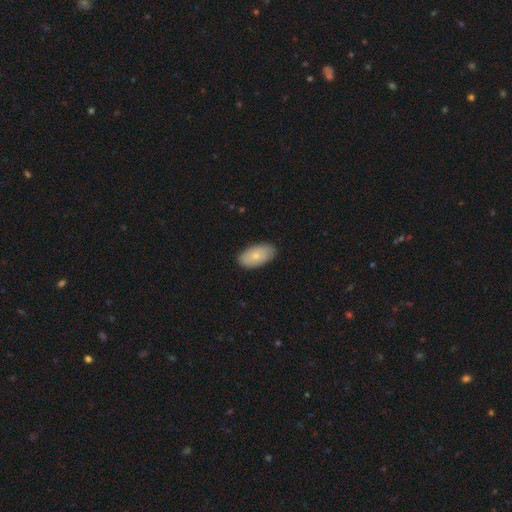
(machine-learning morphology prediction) A smooth galaxy with no disk features (74%) that is in between round and cigar-shaped (94%).

Vote fractions:
- Smooth or featured? smooth: 74% / featured or disk: 20% / star or artifact: 6%
- How rounded? in between: 94% / round: 4% / cigar-shaped: 2%
- Merging? none: 86% / minor disturbance: 11% / major disturbance: 2% / merger: 1%